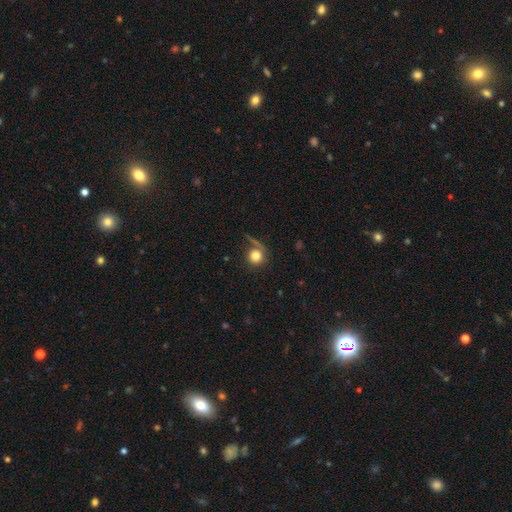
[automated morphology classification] Q: Smooth or featured?
A: smooth (78%); runner-up: featured or disk (11%)
Q: How rounded?
A: round (91%); runner-up: in between (8%)
Q: Merging?
A: none (62%); runner-up: major disturbance (15%)